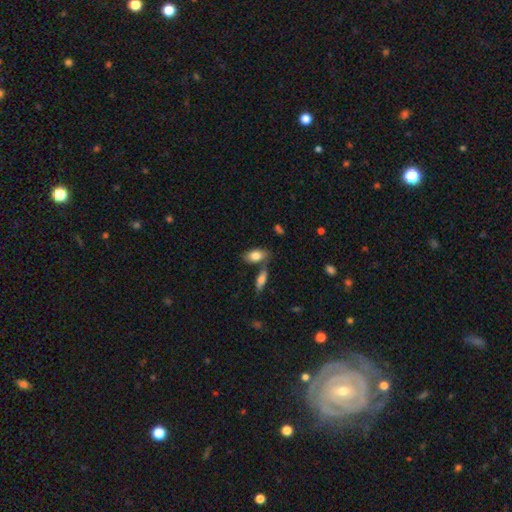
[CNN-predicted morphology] smooth-or-featured: smooth: 79% | featured or disk: 14% | star or artifact: 7%
  how-rounded: in between: 89% | cigar-shaped: 7% | round: 5%
  merging: none: 64% | merger: 19% | minor disturbance: 13% | major disturbance: 3%